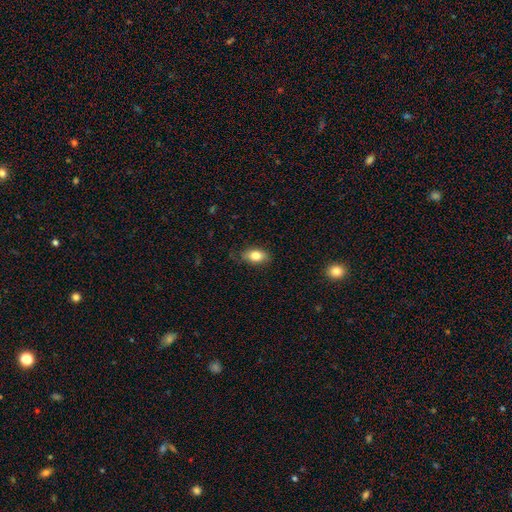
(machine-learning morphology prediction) Smooth or featured?
  - smooth: 82% *
  - featured or disk: 11%
  - star or artifact: 8%
How rounded?
  - in between: 87% *
  - round: 9%
  - cigar-shaped: 3%
Merging?
  - none: 79% *
  - minor disturbance: 17%
  - major disturbance: 3%
  - merger: 1%